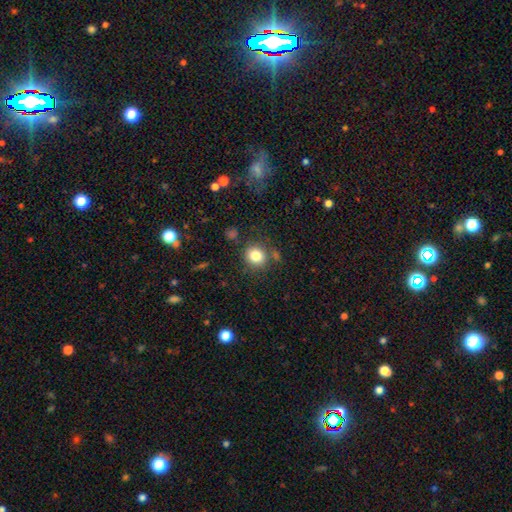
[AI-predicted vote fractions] This appears to be a smooth galaxy with no disk features (82%) that is round (85%). Merging: none (80%).